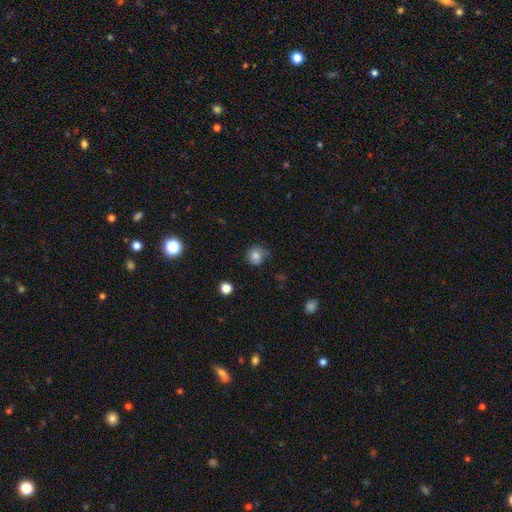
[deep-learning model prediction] Overall: smooth (77%). How rounded: round (86%). Merging: none (60%; minor disturbance 28%).